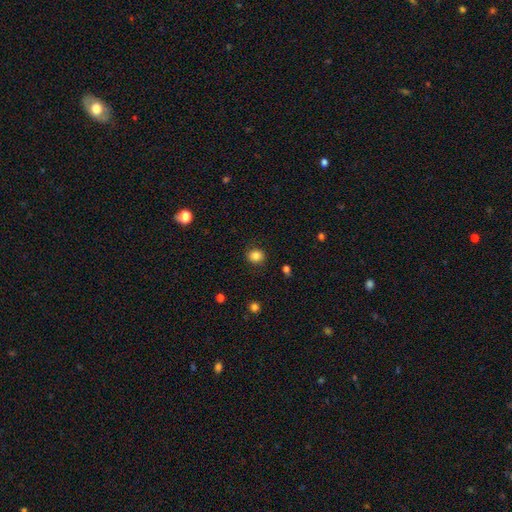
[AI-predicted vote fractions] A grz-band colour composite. It shows a smooth galaxy with no disk features (84%) that is round (78%). Merging: none (88%).